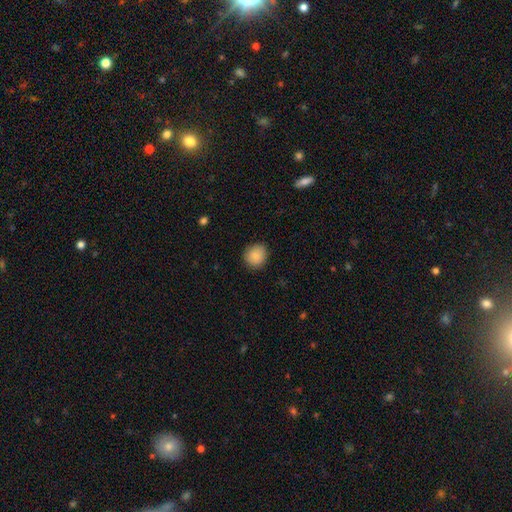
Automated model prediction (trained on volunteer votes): smooth_or_featured: smooth (p=0.88) [alt: star or artifact p=0.08]
how_rounded: round (p=0.83) [alt: in between p=0.16]
merging: none (p=0.86) [alt: minor disturbance p=0.10]